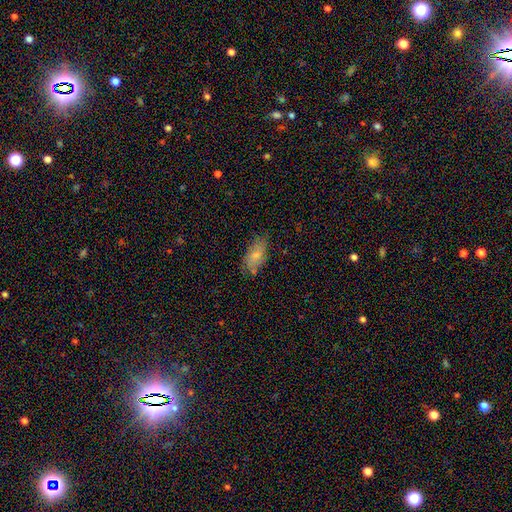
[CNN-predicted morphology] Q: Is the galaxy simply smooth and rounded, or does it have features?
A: smooth — 72%.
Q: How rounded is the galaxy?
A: in between — 90%.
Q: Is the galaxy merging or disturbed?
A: none — 69%.